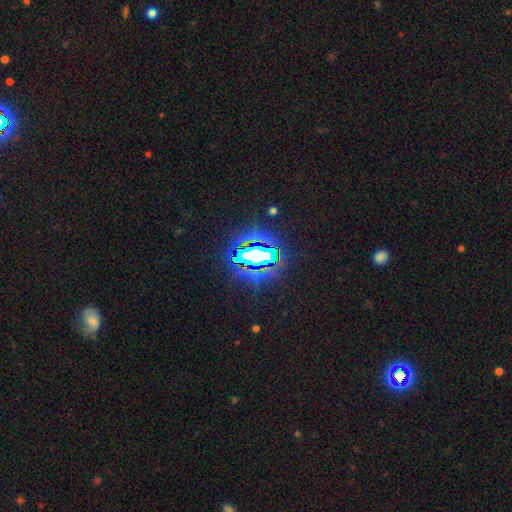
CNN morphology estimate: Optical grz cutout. It shows a star or artifact, not a galaxy (71%).